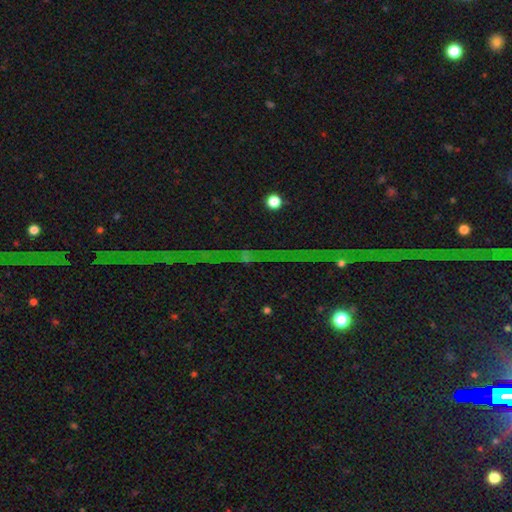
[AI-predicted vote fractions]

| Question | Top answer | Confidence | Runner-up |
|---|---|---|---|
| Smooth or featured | star or artifact | 83% | featured or disk (10%) |